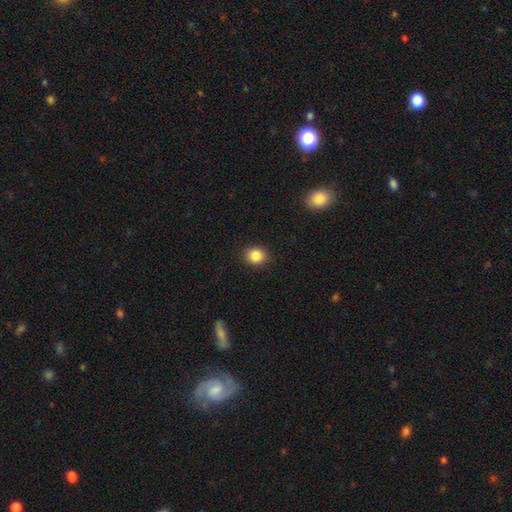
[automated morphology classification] This is clearly a smooth galaxy (86%). How rounded: likely round (80%). Merging: clearly none (90%).